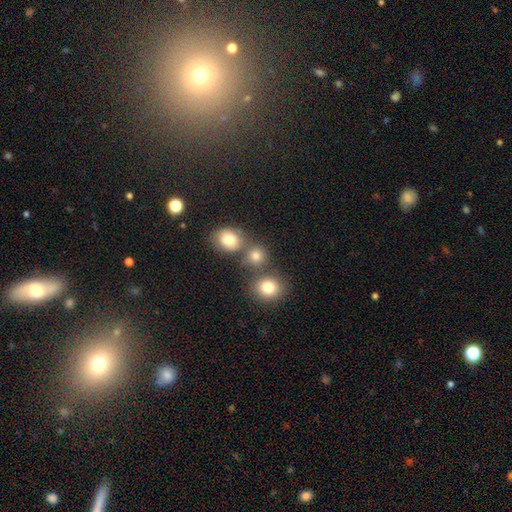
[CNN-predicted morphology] Smooth or featured?
  - smooth: 80% *
  - star or artifact: 13%
  - featured or disk: 8%
How rounded?
  - round: 82% *
  - in between: 17%
  - cigar-shaped: 1%
Merging?
  - none: 58% *
  - merger: 30%
  - minor disturbance: 8%
  - major disturbance: 4%